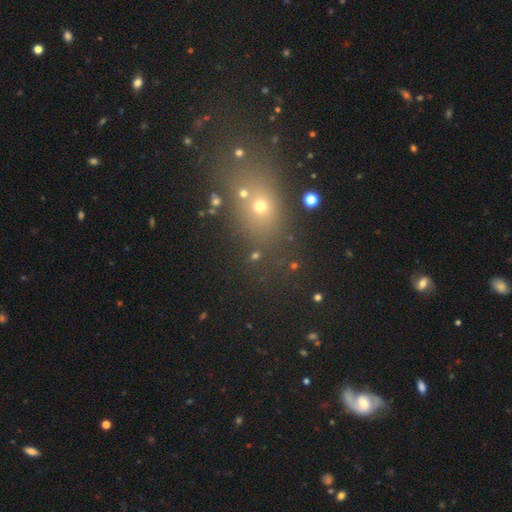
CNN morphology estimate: Smooth or featured?
  - smooth: 47% *
  - star or artifact: 40%
  - featured or disk: 13%
Merging?
  - none: 71% *
  - merger: 11%
  - minor disturbance: 11%
  - major disturbance: 7%